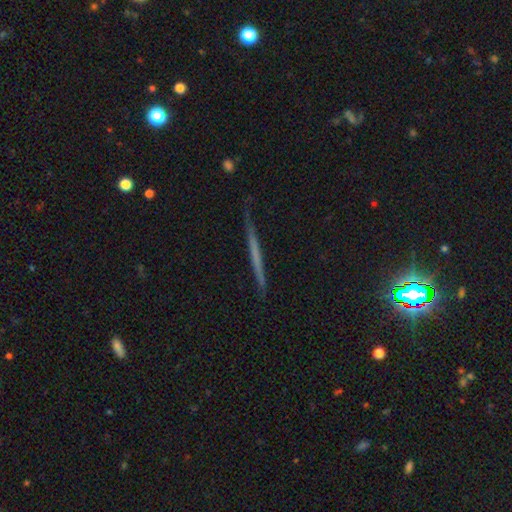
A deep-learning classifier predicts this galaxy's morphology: This is possibly a featured or disk galaxy (52%). It is clearly viewed edge-on (97%). Edge-on bulge: clearly none (89%). Merging: clearly none (88%).